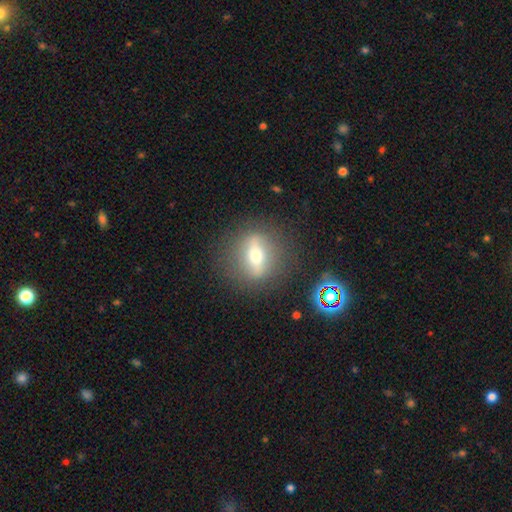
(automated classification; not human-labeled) A featured or disk galaxy (53%).

Vote fractions:
- Smooth or featured? featured or disk: 53% / smooth: 35% / star or artifact: 11%
- Edge-on disk? no: 58% / yes: 42%
- Merging? none: 82% / minor disturbance: 11% / major disturbance: 5% / merger: 2%